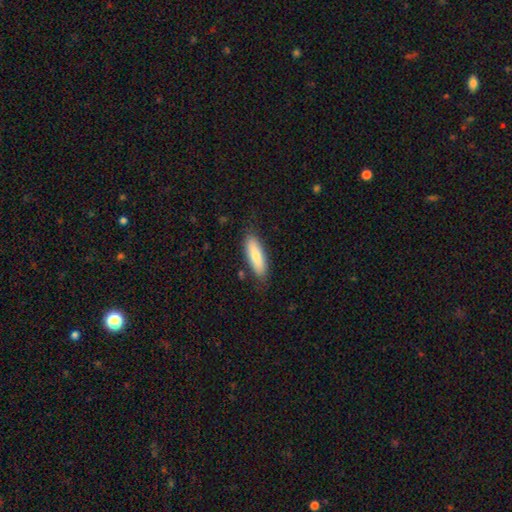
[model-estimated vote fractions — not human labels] This appears to be a smooth galaxy with no disk features (77%) that is in between round and cigar-shaped (52%). Merging: none (80%).